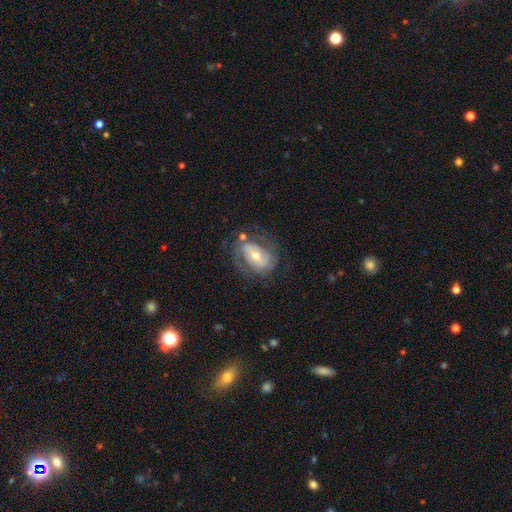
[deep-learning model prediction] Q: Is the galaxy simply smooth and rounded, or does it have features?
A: featured or disk — 63%.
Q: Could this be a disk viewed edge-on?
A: no — 93%.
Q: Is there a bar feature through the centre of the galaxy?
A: no — 39%.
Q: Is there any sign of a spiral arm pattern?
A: yes — 67%.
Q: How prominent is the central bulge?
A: moderate — 62%.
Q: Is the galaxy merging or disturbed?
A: none — 58%.